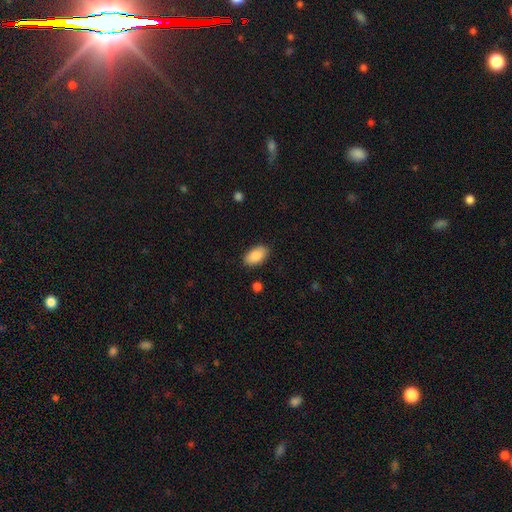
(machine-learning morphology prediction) Smooth or featured? smooth (89%)
How rounded? in between (94%)
Merging? none (87%)